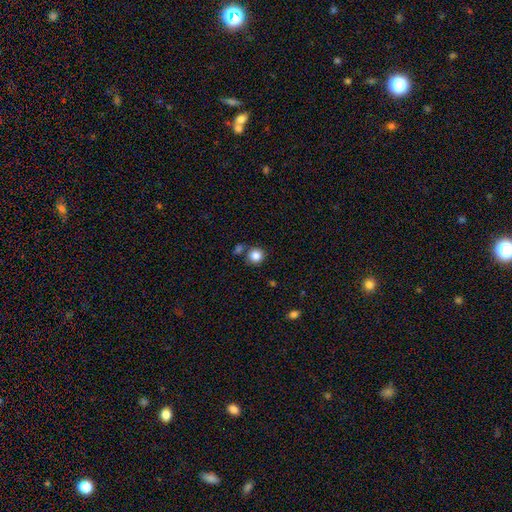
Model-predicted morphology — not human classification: Smooth or featured? smooth (85%)
How rounded? round (92%)
Merging? none (75%)